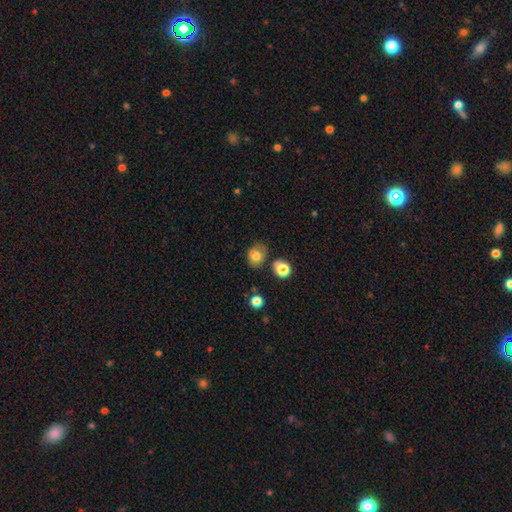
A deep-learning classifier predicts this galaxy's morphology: type=smooth (71%); roundness=in between (51%); merging=none (51%).